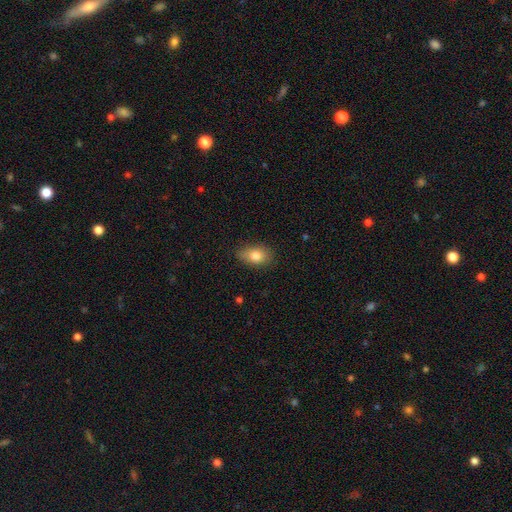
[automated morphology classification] Smooth or featured?
  - smooth: 81% *
  - featured or disk: 11%
  - star or artifact: 9%
How rounded?
  - in between: 84% *
  - round: 14%
  - cigar-shaped: 2%
Merging?
  - none: 79% *
  - minor disturbance: 17%
  - major disturbance: 3%
  - merger: 1%